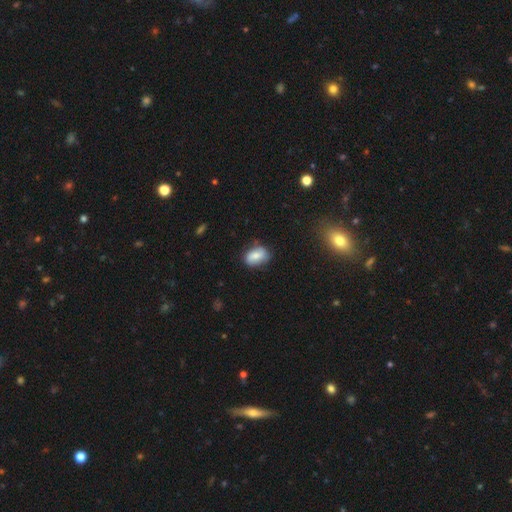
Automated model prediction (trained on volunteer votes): Smooth or featured: smooth — 70% (featured or disk — 22%)
How rounded: in between — 82% (round — 15%)
Merging: none — 68% (minor disturbance — 25%)